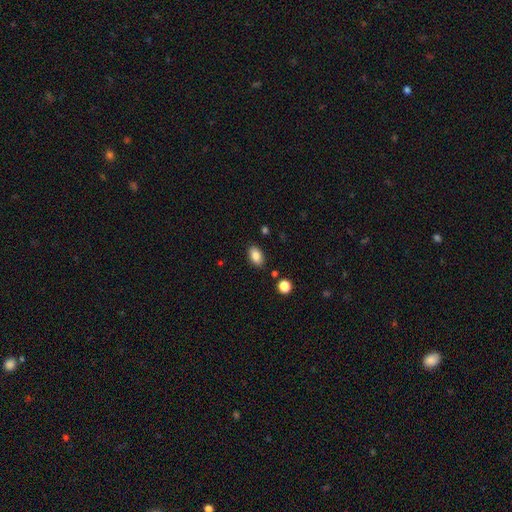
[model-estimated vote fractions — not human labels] smooth_or_featured: smooth (p=0.85) [alt: star or artifact p=0.08]
how_rounded: in between (p=0.90) [alt: round p=0.08]
merging: none (p=0.85) [alt: minor disturbance p=0.10]